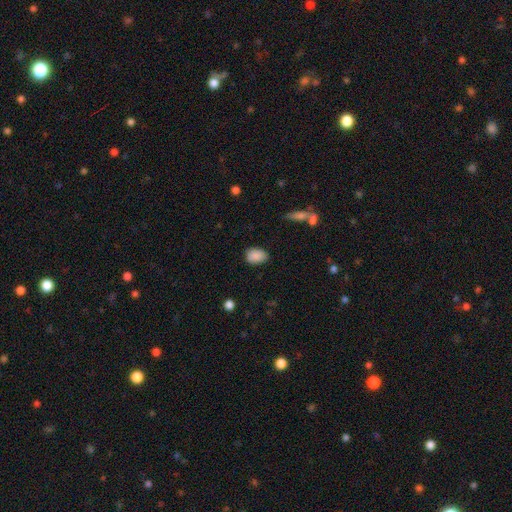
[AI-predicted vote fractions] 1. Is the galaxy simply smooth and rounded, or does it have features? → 89% smooth, 8% star or artifact, 4% featured or disk.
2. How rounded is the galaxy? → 83% in between, 15% round, 1% cigar-shaped.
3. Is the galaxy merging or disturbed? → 79% none, 17% minor disturbance, 3% major disturbance, 2% merger.